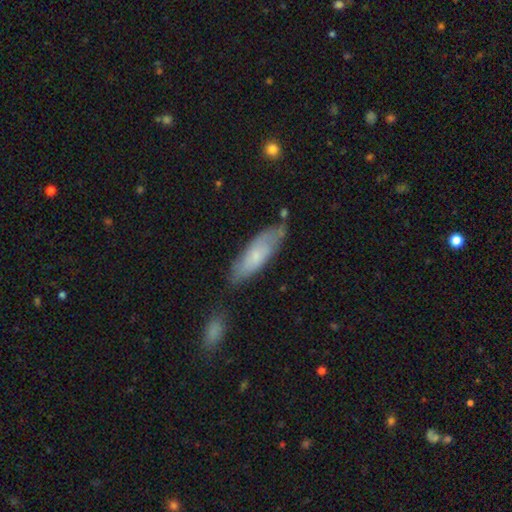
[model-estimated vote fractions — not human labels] Smooth or featured? smooth (63%)
How rounded? in between (51%)
Merging? none (66%)